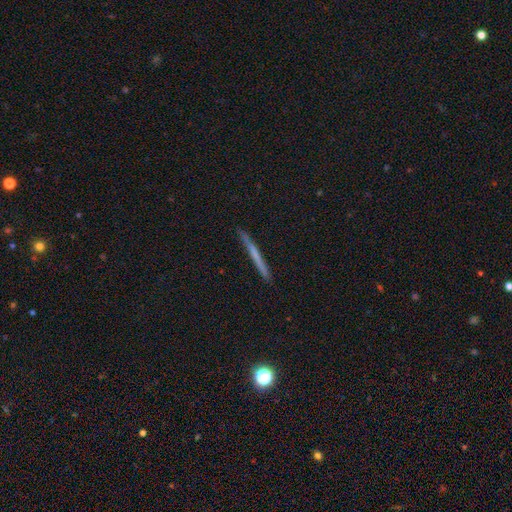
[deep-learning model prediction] smooth-or-featured: smooth: 49% | featured or disk: 45% | star or artifact: 7%
  merging: none: 91% | minor disturbance: 7% | major disturbance: 1% | merger: 1%